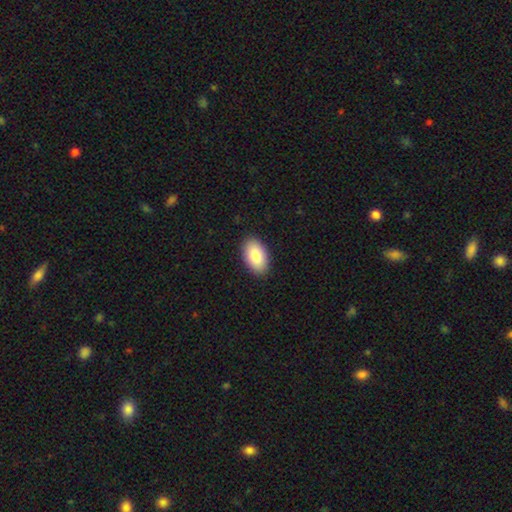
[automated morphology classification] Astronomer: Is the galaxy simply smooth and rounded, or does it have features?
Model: smooth — 86%.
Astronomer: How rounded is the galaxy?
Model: in between — 95%.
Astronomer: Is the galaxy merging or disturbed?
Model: none — 90%.